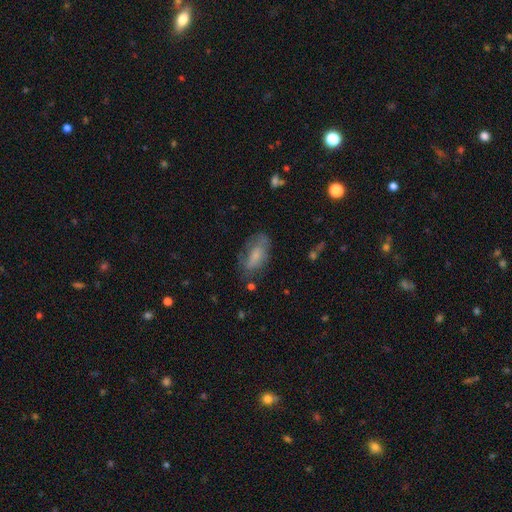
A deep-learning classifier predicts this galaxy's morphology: smooth_or_featured: smooth (p=0.59) [alt: featured or disk p=0.33]
how_rounded: in between (p=0.84) [alt: cigar-shaped p=0.12]
merging: none (p=0.58) [alt: minor disturbance p=0.26]